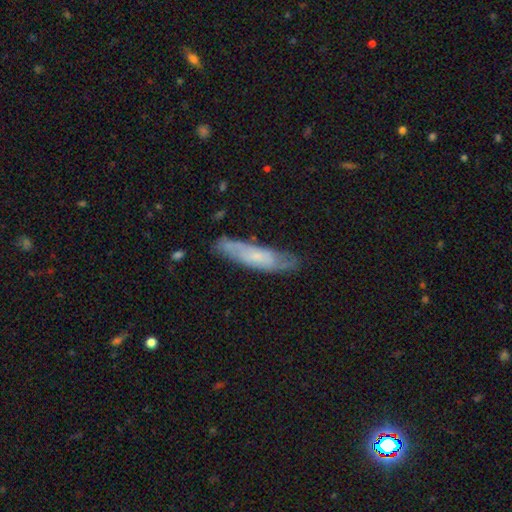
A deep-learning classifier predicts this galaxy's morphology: The model was most divided on "smooth or featured": featured or disk: 49%, smooth: 44%, star or artifact: 7%. More confident: merging — none (74%).